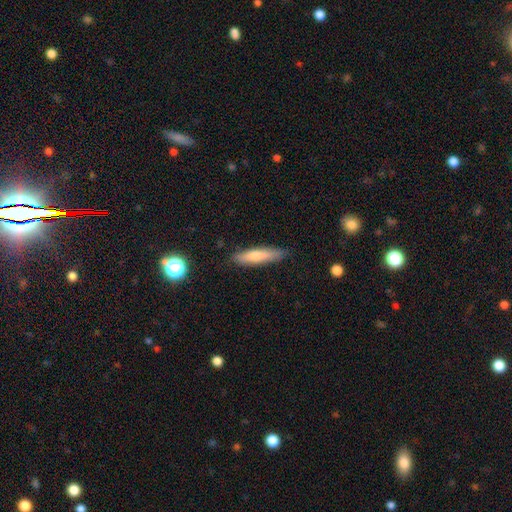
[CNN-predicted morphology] Overall: smooth (59%; featured or disk 33%). How rounded: cigar-shaped (86%). Merging: none (86%).